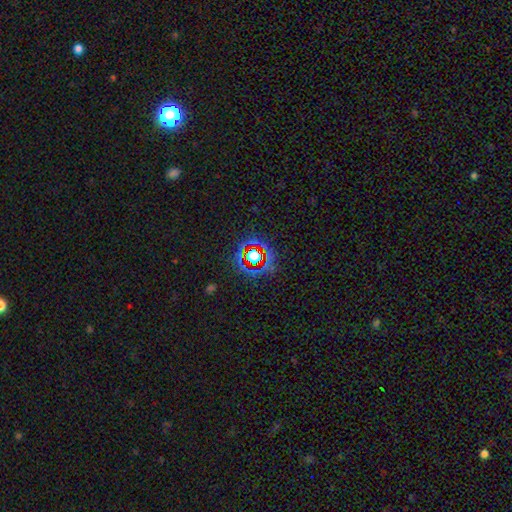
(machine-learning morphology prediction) This is likely a star or artifact rather than a galaxy (70%).